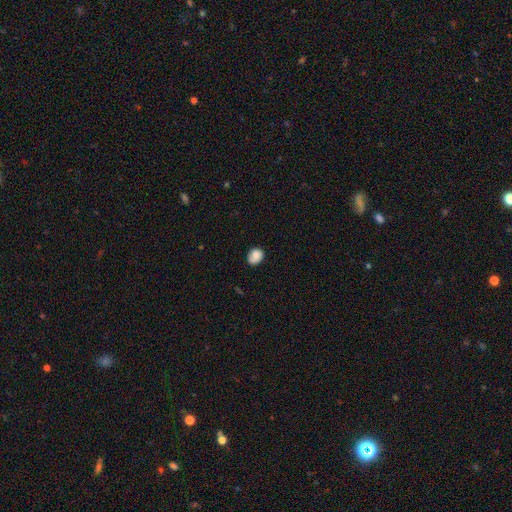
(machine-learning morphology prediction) A smooth galaxy with no disk features (77%) that is round (54%). Merging: none (65%).